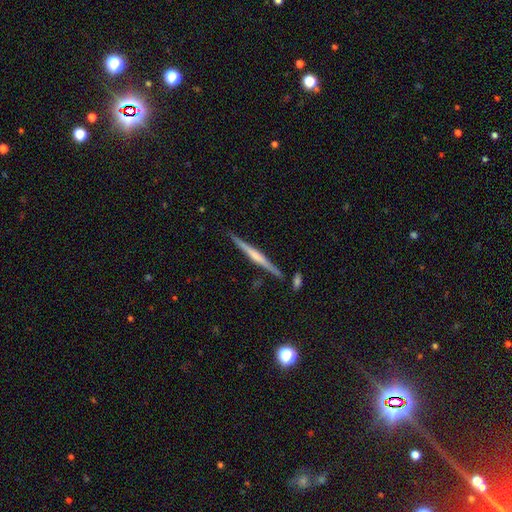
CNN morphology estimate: Smooth or featured? Predicted: featured or disk (p=0.67). Edge-on disk? Predicted: yes (p=0.98). Edge-on bulge? Predicted: rounded (p=0.45). Merging? Predicted: none (p=0.87).